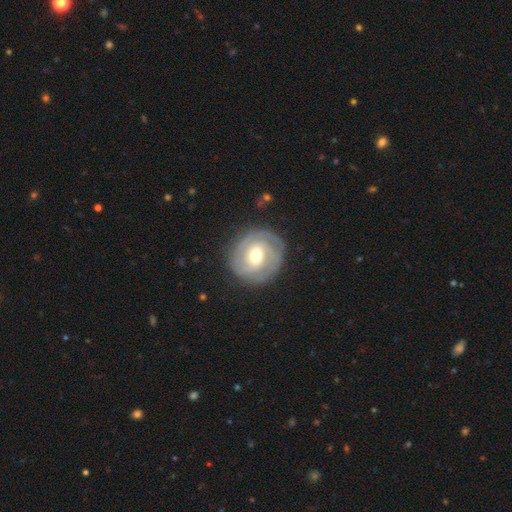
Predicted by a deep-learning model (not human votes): A featured or disk galaxy (75%) with no bar (51%), 2 (46%) tight (72%) spiral arms (87%) and a moderate central bulge (65%).

Vote fractions:
- Smooth or featured? featured or disk: 75% / smooth: 20% / star or artifact: 5%
- Edge-on disk? no: 97% / yes: 3%
- Bar? no: 51% / weak: 37% / strong: 12%
- Spiral arms? yes: 87% / no: 13%
- Spiral winding? tight: 72% / medium: 22% / loose: 7%
- Spiral arm count? 2: 46% / can't tell: 26% / 3: 14% / 1: 6% / 4: 4% / more than 4: 4%
- Bulge size? moderate: 65% / small: 28% / large: 5% / dominant: 1% / none: 1%
- Merging? none: 83% / minor disturbance: 11% / major disturbance: 4% / merger: 1%